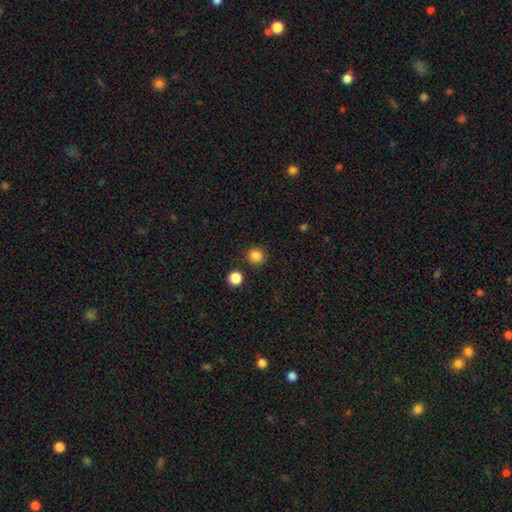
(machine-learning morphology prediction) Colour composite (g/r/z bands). It shows a smooth galaxy with no disk features (85%) that is round (92%). Merging: none (88%).